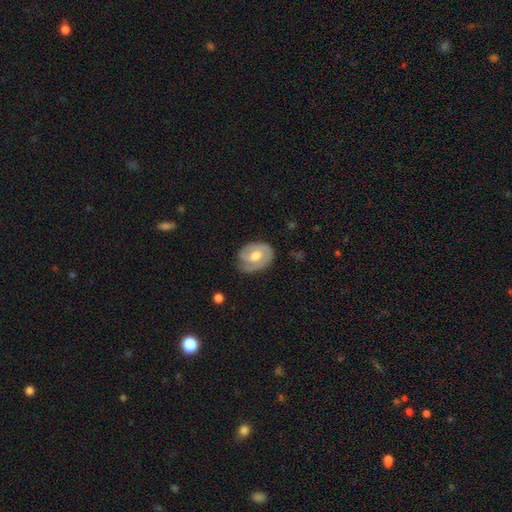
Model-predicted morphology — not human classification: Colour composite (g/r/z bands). It shows a featured or disk galaxy (67%) with no bar (52%), 2 (46%) tight (55%) spiral arms (82%) and a moderate central bulge (70%). Merging: none (62%).